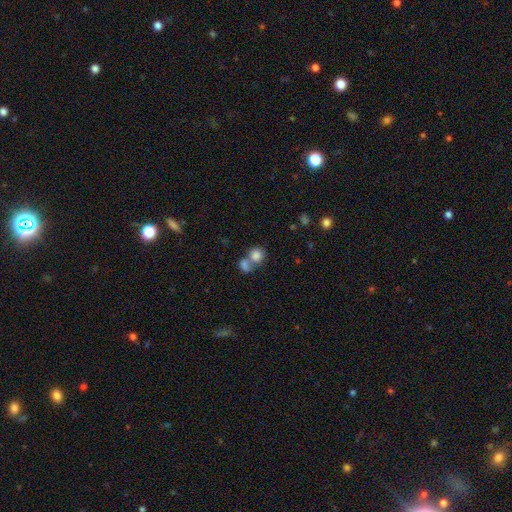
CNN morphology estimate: This appears to be a smooth galaxy with no disk features (82%) that is round (78%). Merging: merger (51%).